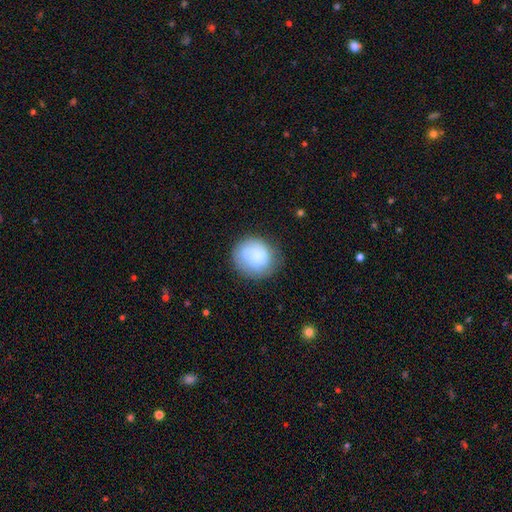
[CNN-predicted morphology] A smooth galaxy with no disk features (64%) that is round (78%). Merging: none (66%).